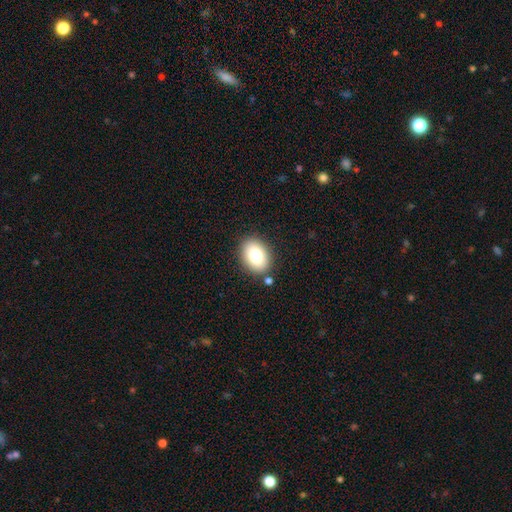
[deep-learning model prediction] This is likely a smooth galaxy (80%). How rounded: likely in between (73%). Merging: clearly none (85%).